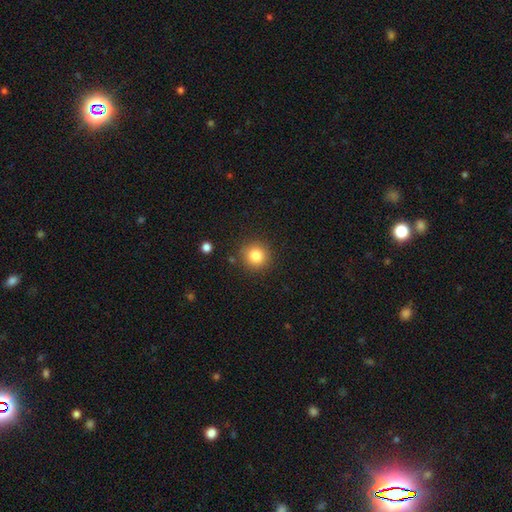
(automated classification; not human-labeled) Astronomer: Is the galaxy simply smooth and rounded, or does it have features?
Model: smooth — 83%.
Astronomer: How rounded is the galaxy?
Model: round — 93%.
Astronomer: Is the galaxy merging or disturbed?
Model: none — 87%.